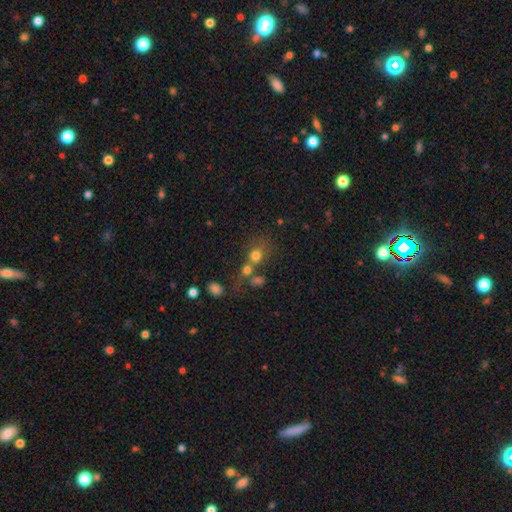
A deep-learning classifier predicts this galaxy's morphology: This is likely a smooth galaxy (71%). How rounded: likely round (66%). Merging: possibly merger (45%).